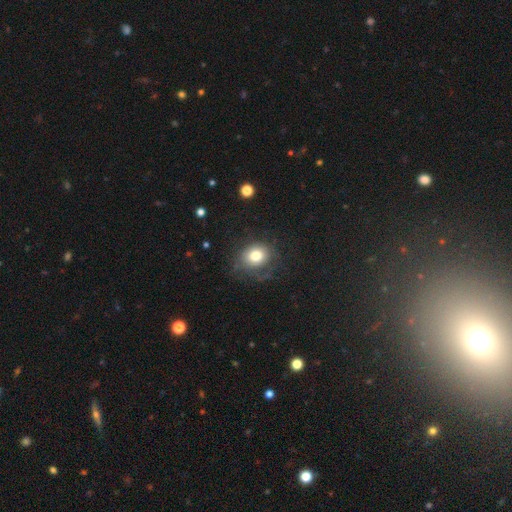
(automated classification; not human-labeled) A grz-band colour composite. It shows a smooth galaxy with no disk features (74%) that is round (68%). Merging: none (64%).